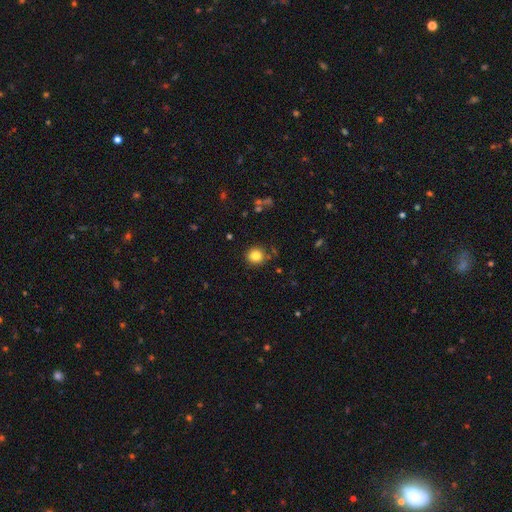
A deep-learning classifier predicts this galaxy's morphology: Smooth or featured? smooth (83%)
How rounded? round (91%)
Merging? none (85%)